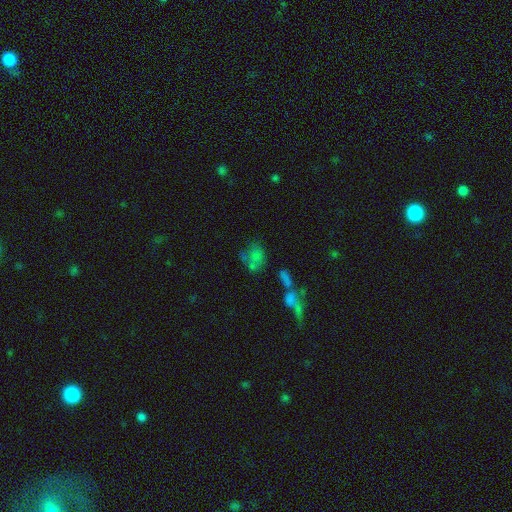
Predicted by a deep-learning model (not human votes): A smooth galaxy with no disk features (59%) that is in between round and cigar-shaped (60%). Merging: merger (32%, tied with none).